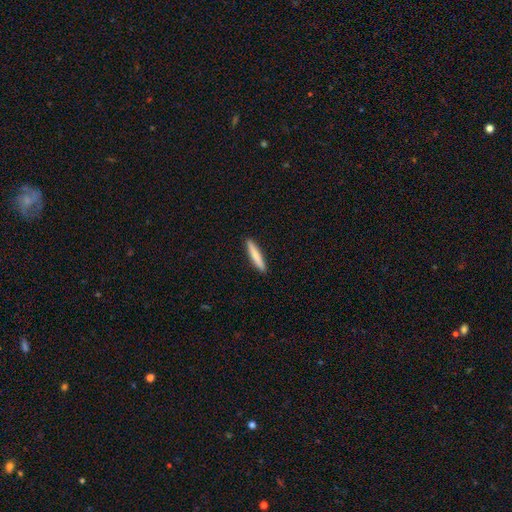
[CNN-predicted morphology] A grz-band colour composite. It shows a smooth galaxy with no disk features (80%) that is cigar-shaped (93%). Merging: none (92%).